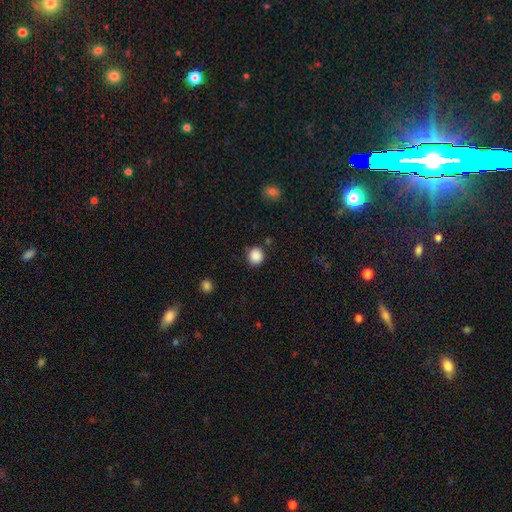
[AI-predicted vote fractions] A smooth galaxy with no disk features (88%) that is round (90%).

Vote fractions:
- Smooth or featured? smooth: 88% / star or artifact: 9% / featured or disk: 3%
- How rounded? round: 90% / in between: 9% / cigar-shaped: 1%
- Merging? none: 86% / minor disturbance: 9% / major disturbance: 3% / merger: 2%